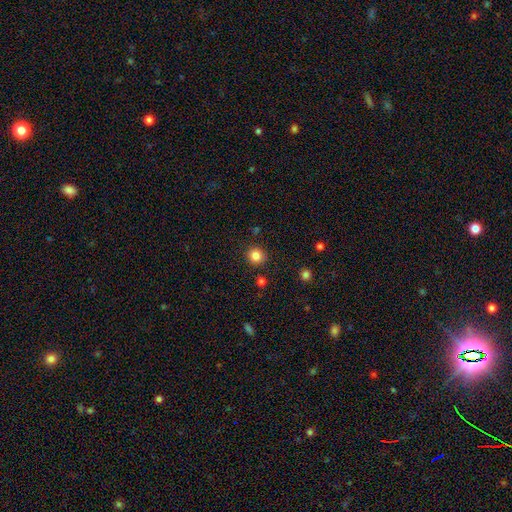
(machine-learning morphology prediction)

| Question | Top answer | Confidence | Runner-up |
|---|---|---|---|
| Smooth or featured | smooth | 84% | star or artifact (11%) |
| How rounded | round | 87% | in between (12%) |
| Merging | none | 89% | minor disturbance (7%) |